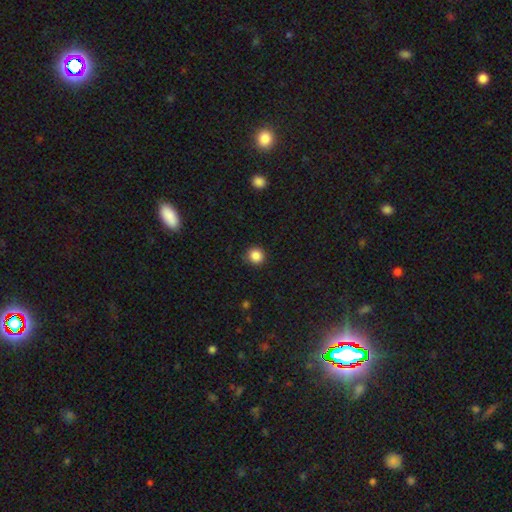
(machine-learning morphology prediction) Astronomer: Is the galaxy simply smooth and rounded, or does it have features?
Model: smooth — 86%.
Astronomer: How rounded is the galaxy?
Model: round — 91%.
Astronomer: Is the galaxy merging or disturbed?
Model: none — 87%.